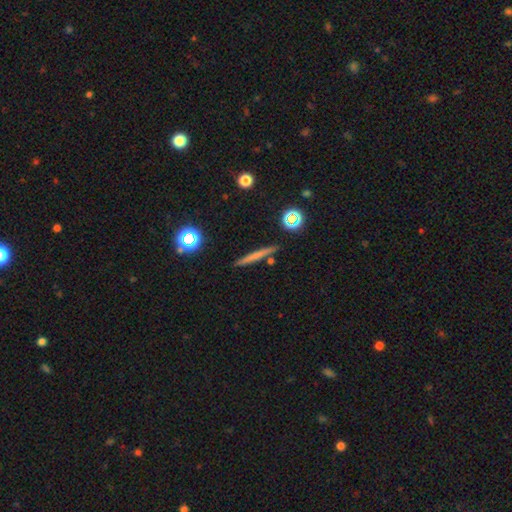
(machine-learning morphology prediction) A smooth galaxy with no disk features (57%) that is cigar-shaped (93%).

Vote fractions:
- Smooth or featured? smooth: 57% / featured or disk: 32% / star or artifact: 11%
- How rounded? cigar-shaped: 93% / round: 4% / in between: 3%
- Merging? none: 89% / minor disturbance: 7% / merger: 3% / major disturbance: 2%